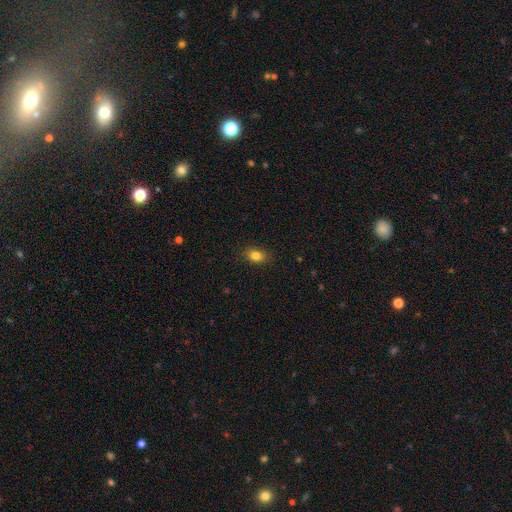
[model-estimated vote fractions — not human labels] A smooth galaxy with no disk features (82%) that is in between round and cigar-shaped (75%).

Vote fractions:
- Smooth or featured? smooth: 82% / star or artifact: 10% / featured or disk: 7%
- How rounded? in between: 75% / round: 24% / cigar-shaped: 2%
- Merging? none: 87% / minor disturbance: 10% / major disturbance: 2% / merger: 1%